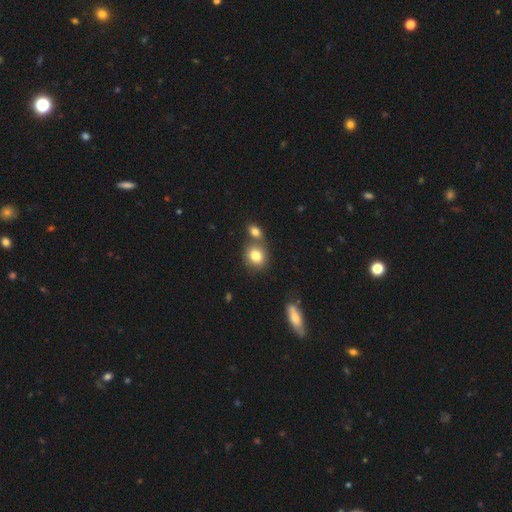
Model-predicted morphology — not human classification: smooth 82%, star or artifact 9%, featured or disk 9%. Down the decision tree: how rounded — round (70%); merging — none (55%).